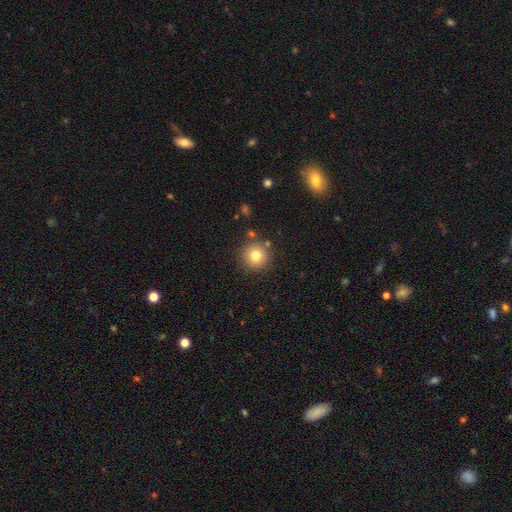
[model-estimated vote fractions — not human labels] Q: Smooth or featured?
A: smooth (79%); runner-up: star or artifact (12%)
Q: How rounded?
A: round (95%); runner-up: in between (4%)
Q: Merging?
A: none (86%); runner-up: minor disturbance (7%)